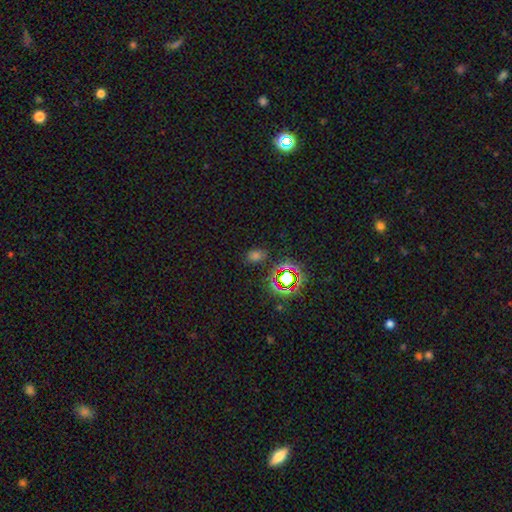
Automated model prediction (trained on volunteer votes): Morphology: type=smooth (51%); roundness=in between (66%); merging=none (79%).